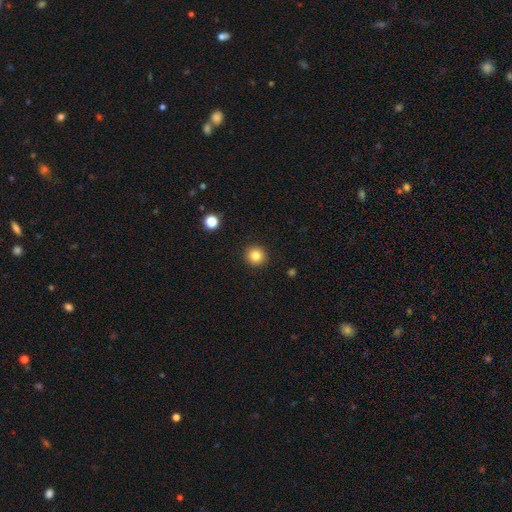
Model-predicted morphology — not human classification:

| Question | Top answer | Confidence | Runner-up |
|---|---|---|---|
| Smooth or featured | smooth | 83% | star or artifact (11%) |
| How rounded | round | 95% | in between (4%) |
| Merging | none | 93% | minor disturbance (5%) |